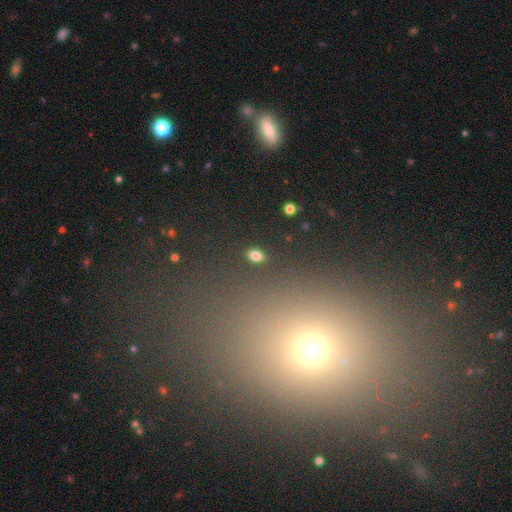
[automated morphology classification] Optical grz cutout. It shows a smooth galaxy with no disk features (79%) that is in between round and cigar-shaped (87%). Merging: none (88%).